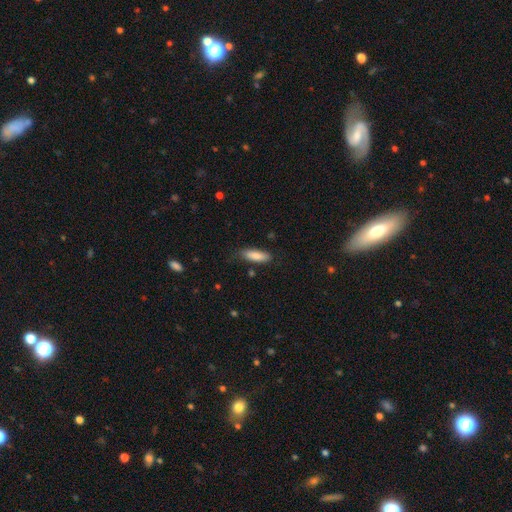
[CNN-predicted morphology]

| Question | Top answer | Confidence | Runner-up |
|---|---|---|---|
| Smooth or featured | smooth | 84% | featured or disk (9%) |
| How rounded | in between | 53% | cigar-shaped (46%) |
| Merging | none | 75% | minor disturbance (19%) |